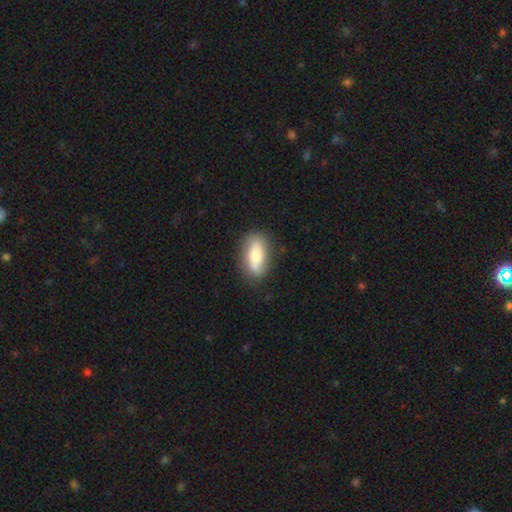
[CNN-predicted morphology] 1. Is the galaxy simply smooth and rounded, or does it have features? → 69% smooth, 24% featured or disk, 7% star or artifact.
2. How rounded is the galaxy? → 80% in between, 16% cigar-shaped, 4% round.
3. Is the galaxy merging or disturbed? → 83% none, 13% minor disturbance, 3% major disturbance, 1% merger.